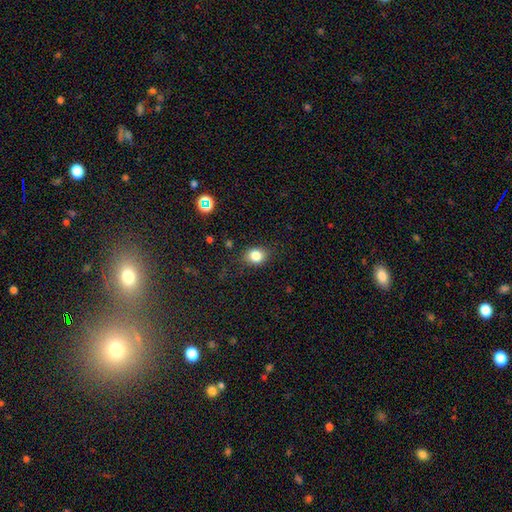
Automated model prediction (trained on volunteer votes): smooth 82%, star or artifact 11%, featured or disk 7%. Down the decision tree: how rounded — round (56%); merging — none (82%).